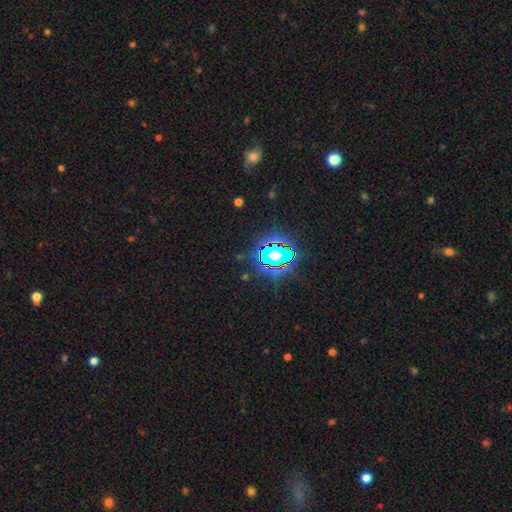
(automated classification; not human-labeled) star or artifact 78%, smooth 14%, featured or disk 8%.